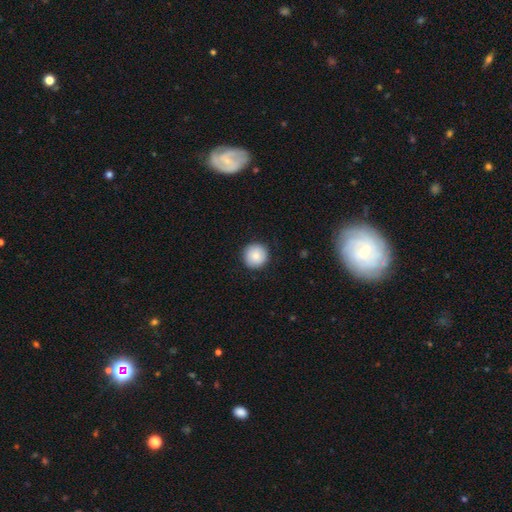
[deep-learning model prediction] Q: Smooth or featured?
A: smooth (84%); runner-up: featured or disk (8%)
Q: How rounded?
A: round (96%); runner-up: in between (3%)
Q: Merging?
A: none (90%); runner-up: minor disturbance (7%)